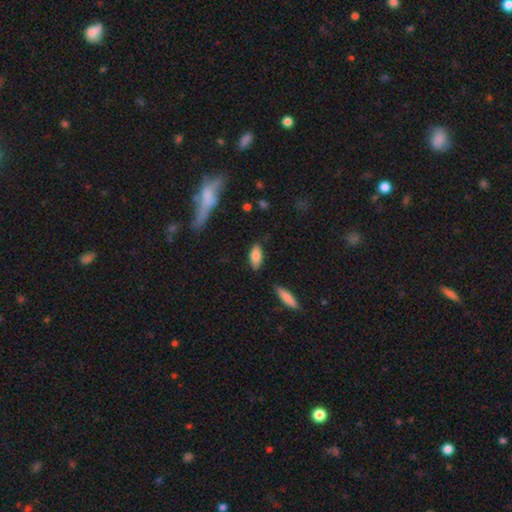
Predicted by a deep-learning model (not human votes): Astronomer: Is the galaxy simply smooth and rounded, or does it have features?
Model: smooth — 82%.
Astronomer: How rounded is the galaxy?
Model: in between — 84%.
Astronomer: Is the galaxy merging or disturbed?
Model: none — 81%.